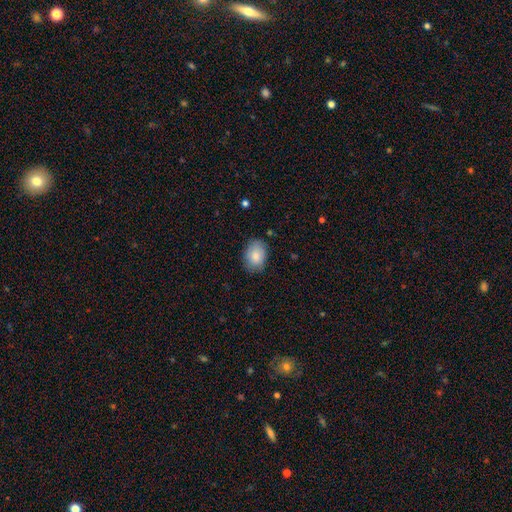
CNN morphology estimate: smooth-or-featured: smooth: 84% | featured or disk: 9% | star or artifact: 7%
  how-rounded: in between: 73% | round: 26% | cigar-shaped: 1%
  merging: none: 80% | minor disturbance: 15% | major disturbance: 3% | merger: 1%